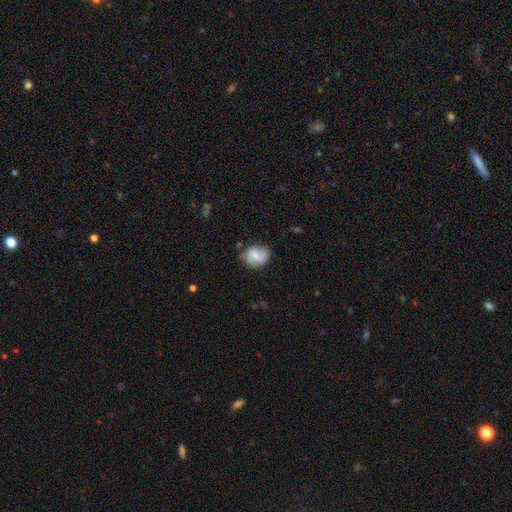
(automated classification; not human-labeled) Smooth or featured: smooth — 53% (featured or disk — 39%)
How rounded: round — 53% (in between — 46%)
Merging: none — 65% (minor disturbance — 26%)